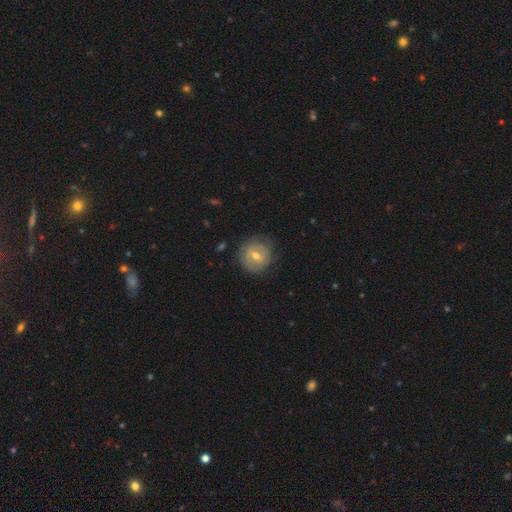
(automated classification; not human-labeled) Q: Smooth or featured?
A: featured or disk (51%); runner-up: smooth (40%)
Q: Edge-on disk?
A: no (96%); runner-up: yes (4%)
Q: Merging?
A: none (79%); runner-up: minor disturbance (15%)